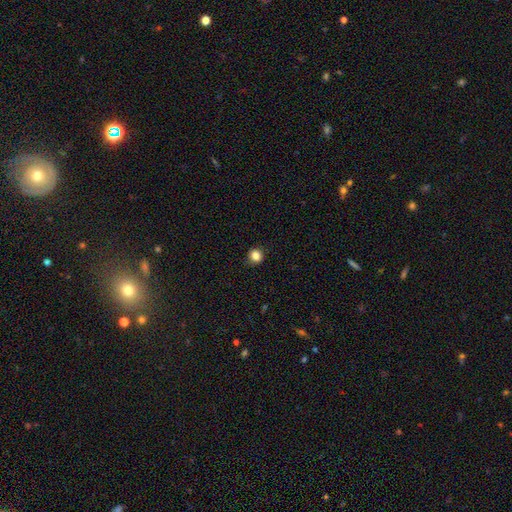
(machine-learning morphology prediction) smooth-or-featured: smooth: 84% | star or artifact: 12% | featured or disk: 4%
  how-rounded: round: 88% | in between: 11% | cigar-shaped: 1%
  merging: none: 89% | minor disturbance: 8% | major disturbance: 2% | merger: 1%